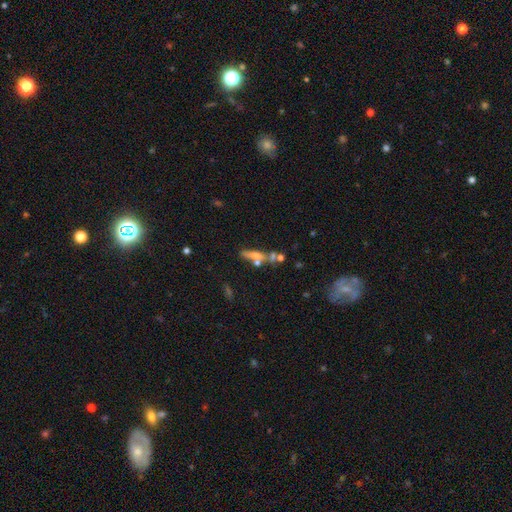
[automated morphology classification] Overall: smooth (46%; featured or disk 42%). Merging: none (47%; merger 28%).